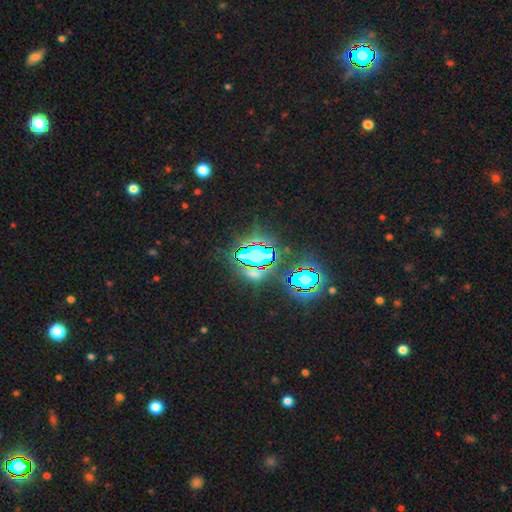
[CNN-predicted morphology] star or artifact 69%, smooth 20%, featured or disk 11%.